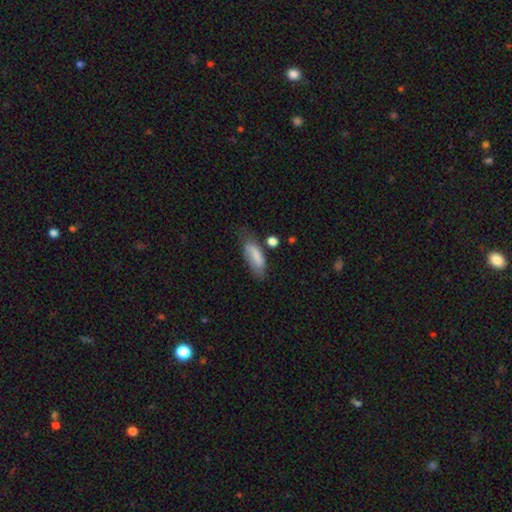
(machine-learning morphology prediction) type=smooth (74%); roundness=in between (76%); merging=none (52%).